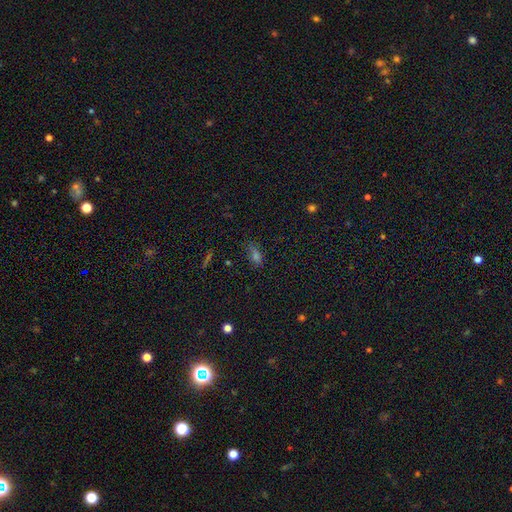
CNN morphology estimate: smooth_or_featured: smooth (p=0.55) [alt: star or artifact p=0.33]
how_rounded: in between (p=0.72) [alt: cigar-shaped p=0.17]
merging: none (p=0.70) [alt: minor disturbance p=0.19]